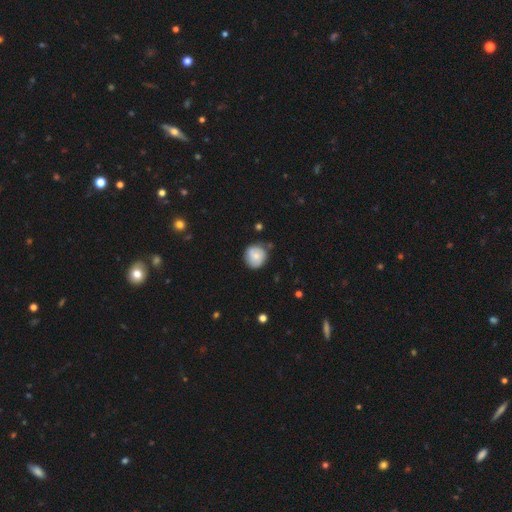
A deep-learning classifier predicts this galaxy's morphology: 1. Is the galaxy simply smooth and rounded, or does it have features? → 64% smooth, 28% featured or disk, 8% star or artifact.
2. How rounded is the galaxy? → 88% round, 11% in between, 1% cigar-shaped.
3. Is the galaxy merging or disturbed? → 70% none, 22% minor disturbance, 5% major disturbance, 4% merger.